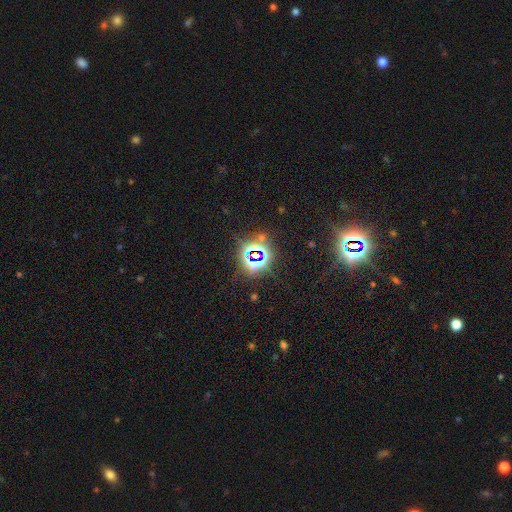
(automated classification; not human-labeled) smooth_or_featured: star or artifact (p=0.80) [alt: smooth p=0.12]